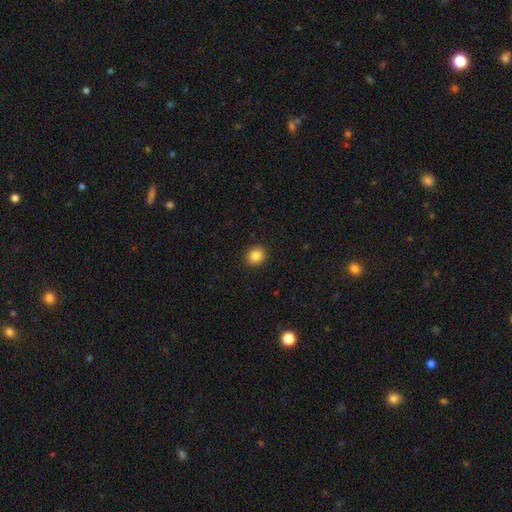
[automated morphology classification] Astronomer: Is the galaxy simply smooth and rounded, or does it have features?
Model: smooth — 85%.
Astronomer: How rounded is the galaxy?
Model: round — 83%.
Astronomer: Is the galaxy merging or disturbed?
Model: none — 92%.